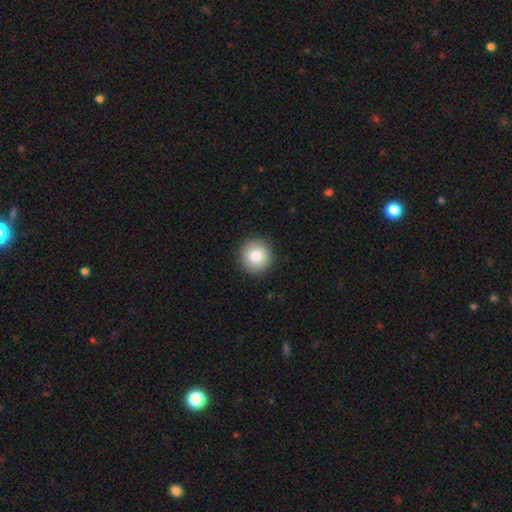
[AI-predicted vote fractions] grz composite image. It shows a smooth galaxy with no disk features (84%) that is round (94%). Merging: none (91%).